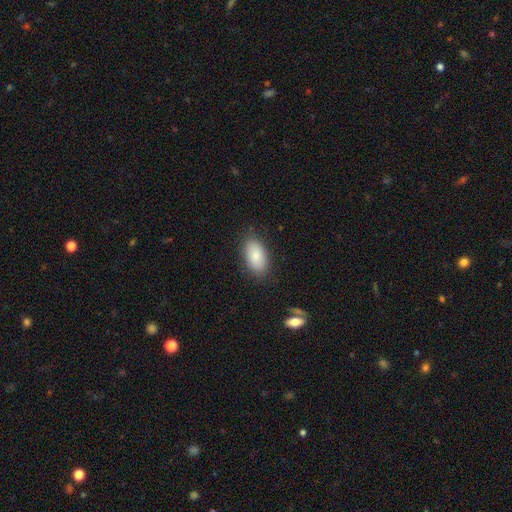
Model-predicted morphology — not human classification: This appears to be a smooth galaxy with no disk features (85%) that is in between round and cigar-shaped (94%). Merging: none (83%).